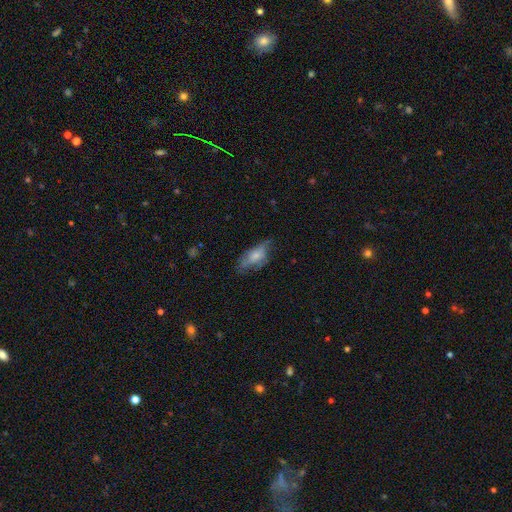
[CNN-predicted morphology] Overall: smooth (59%; featured or disk 33%). How rounded: in between (84%). Merging: none (46%; minor disturbance 33%).